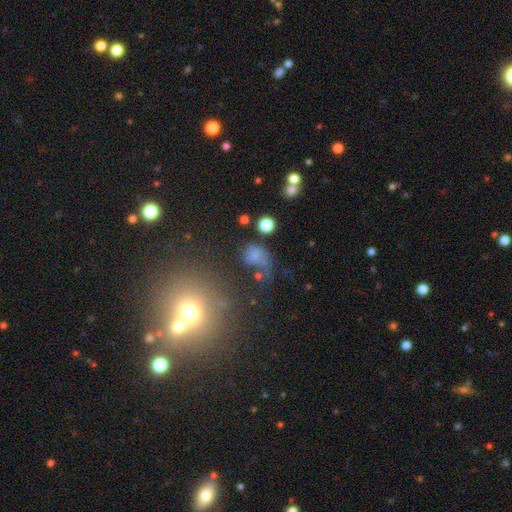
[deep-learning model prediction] Morphology: type=smooth (59%); roundness=round (52%); merging=none (33%).